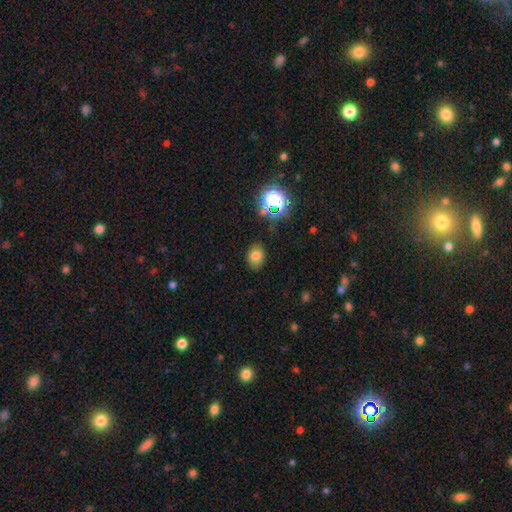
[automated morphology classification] This is likely a smooth galaxy (75%). How rounded: likely in between (65%). Merging: likely none (79%).